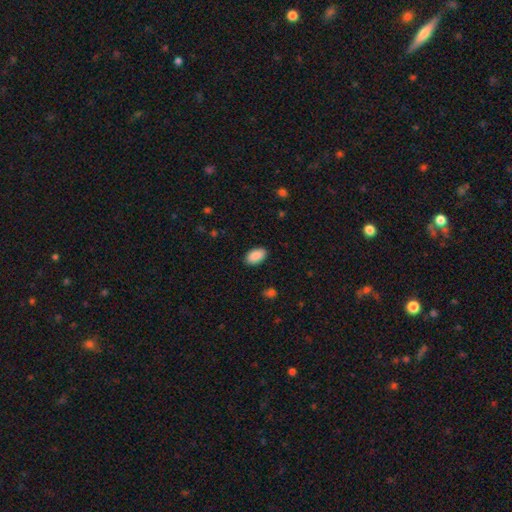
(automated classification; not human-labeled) Q: Smooth or featured?
A: smooth (90%); runner-up: star or artifact (7%)
Q: How rounded?
A: in between (94%); runner-up: round (4%)
Q: Merging?
A: none (89%); runner-up: minor disturbance (8%)